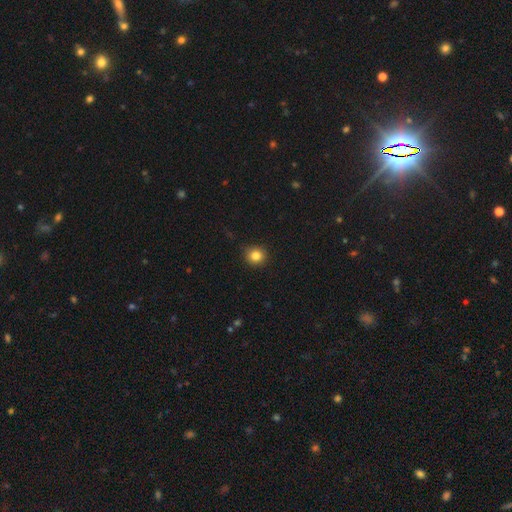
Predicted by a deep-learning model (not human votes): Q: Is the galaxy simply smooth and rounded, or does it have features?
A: smooth — 84%.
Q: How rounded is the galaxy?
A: round — 89%.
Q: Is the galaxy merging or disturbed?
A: none — 88%.